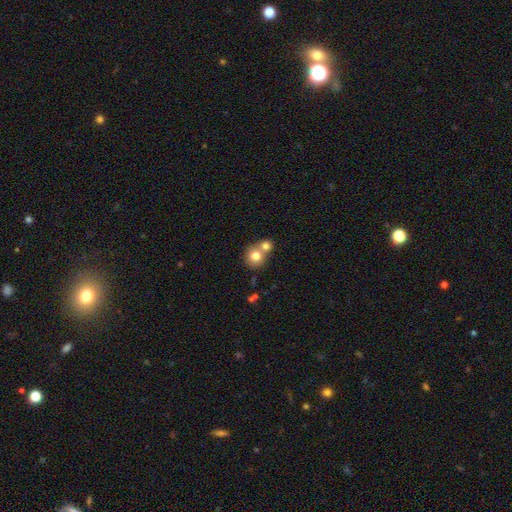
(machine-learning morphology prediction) smooth_or_featured: smooth (p=0.77) [alt: featured or disk p=0.13]
how_rounded: round (p=0.83) [alt: in between p=0.16]
merging: merger (p=0.53) [alt: none p=0.39]